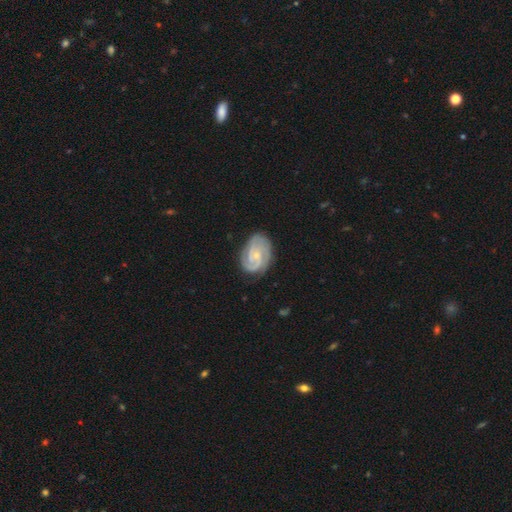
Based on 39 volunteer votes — smooth-or-featured: featured or disk: 90% | smooth: 5% | star or artifact: 5%
  disk-edge-on: no: 94% | yes: 6%
    bar: no: 67% | weak: 30% | strong: 3%
    has-spiral-arms: yes: 100% | no: 0%
      spiral-winding: tight: 67% | medium: 21% | loose: 12%
      spiral-arm-count: 3: 55% | 2: 30% | can't tell: 15% | 1: 0% | 4: 0% | more than 4: 0%
    bulge-size: small: 91% | moderate: 9% | dominant: 0% | large: 0% | none: 0%
  merging: none: 81% | minor disturbance: 16% | major disturbance: 3% | merger: 0%